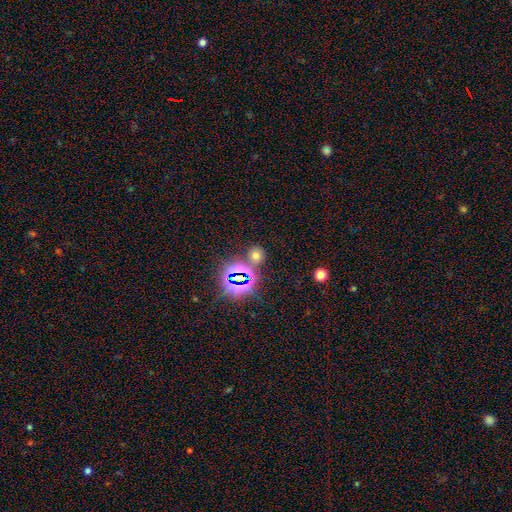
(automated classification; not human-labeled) This is possibly a smooth galaxy (55%). How rounded: likely round (77%). Merging: likely none (76%).